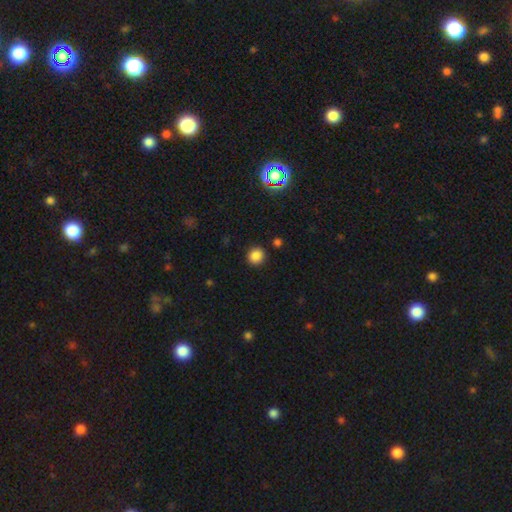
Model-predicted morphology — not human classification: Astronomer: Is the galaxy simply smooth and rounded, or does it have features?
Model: smooth — 84%.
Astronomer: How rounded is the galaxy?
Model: round — 89%.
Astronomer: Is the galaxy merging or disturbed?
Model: none — 89%.